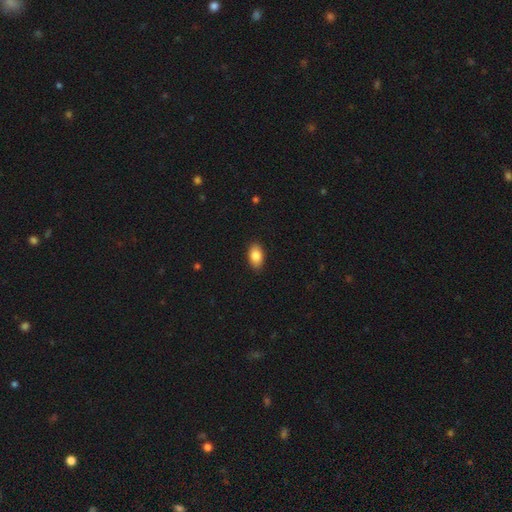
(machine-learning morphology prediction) The model was most divided on "smooth or featured": smooth: 84%, featured or disk: 9%, star or artifact: 7%. More confident: how rounded — in between (91%); merging — none (89%).